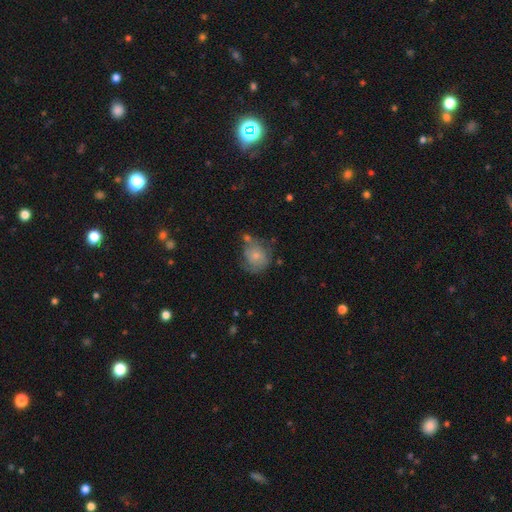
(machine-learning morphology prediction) Smooth or featured?
  - smooth: 65% *
  - featured or disk: 27%
  - star or artifact: 8%
How rounded?
  - round: 69% *
  - in between: 30%
  - cigar-shaped: 1%
Merging?
  - none: 42% *
  - minor disturbance: 29%
  - major disturbance: 15%
  - merger: 14%